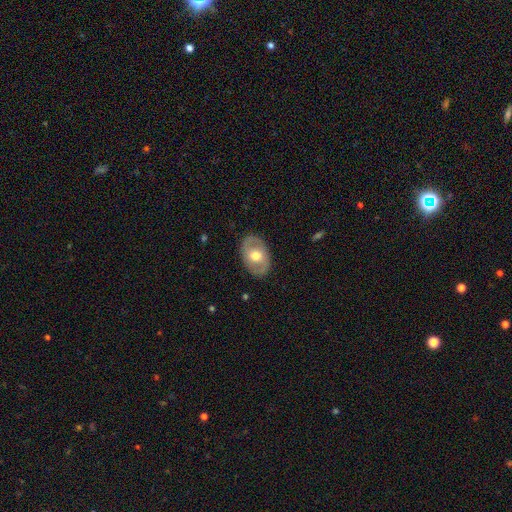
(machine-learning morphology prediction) smooth_or_featured: featured or disk (p=0.52) [alt: smooth p=0.42]
disk_edge_on: no (p=0.91) [alt: yes p=0.09]
merging: none (p=0.85) [alt: minor disturbance p=0.11]